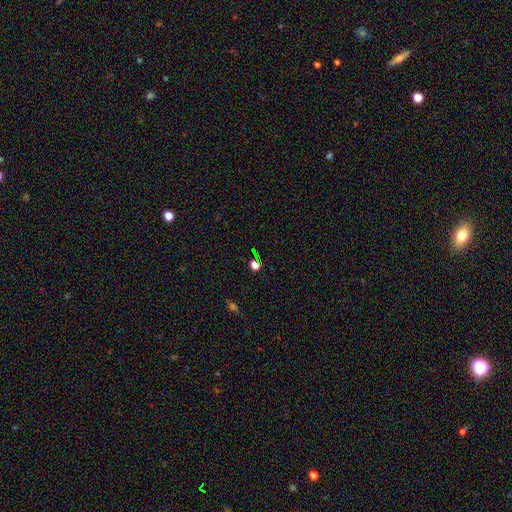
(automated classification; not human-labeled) Smooth or featured: star or artifact — 69% (smooth — 21%)